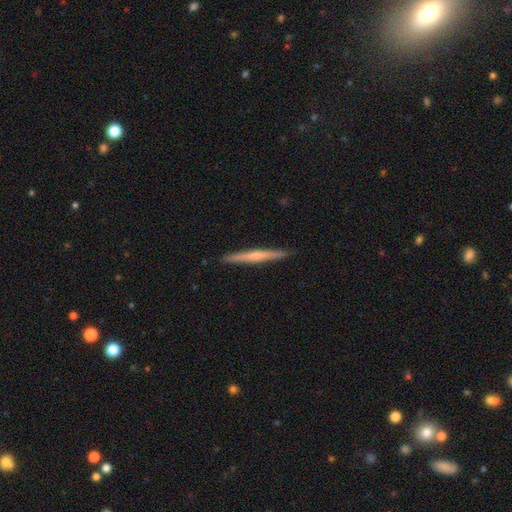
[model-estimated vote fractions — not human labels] Smooth or featured? Predicted: featured or disk (p=0.57). Edge-on disk? Predicted: yes (p=0.98). Edge-on bulge? Predicted: rounded (p=0.54). Merging? Predicted: none (p=0.92).